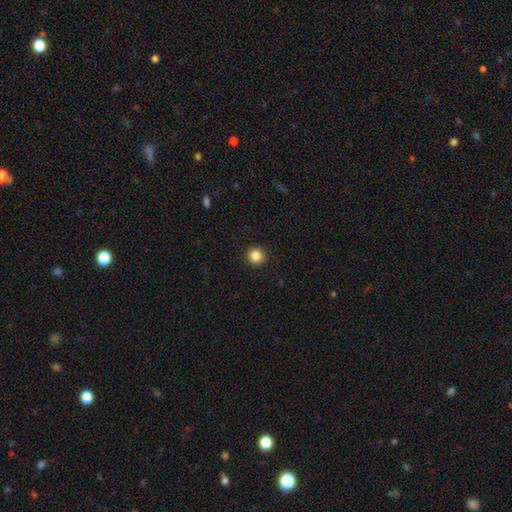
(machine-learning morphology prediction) type=smooth (86%); roundness=round (94%); merging=none (93%).